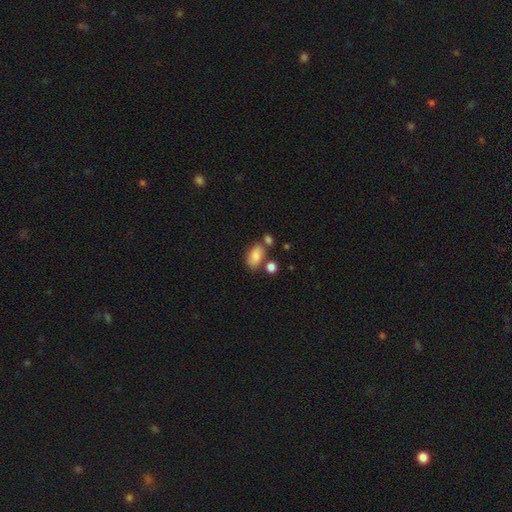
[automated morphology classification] smooth-or-featured: smooth: 84% | star or artifact: 8% | featured or disk: 7%
  how-rounded: in between: 90% | round: 8% | cigar-shaped: 2%
  merging: none: 58% | merger: 20% | minor disturbance: 17% | major disturbance: 6%